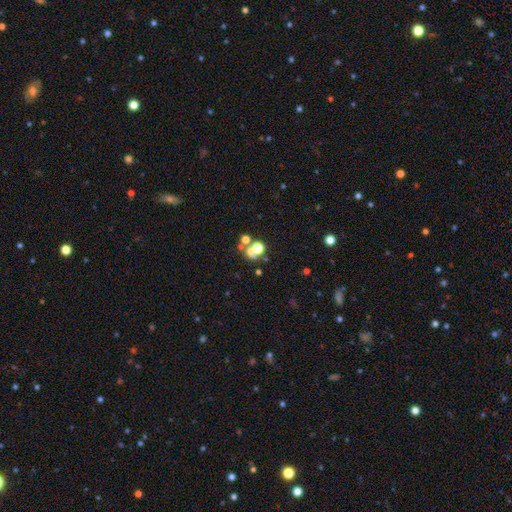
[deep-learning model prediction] The model was most divided on "smooth or featured": smooth: 48%, star or artifact: 37%, featured or disk: 15%. More confident: merging — none (50%).